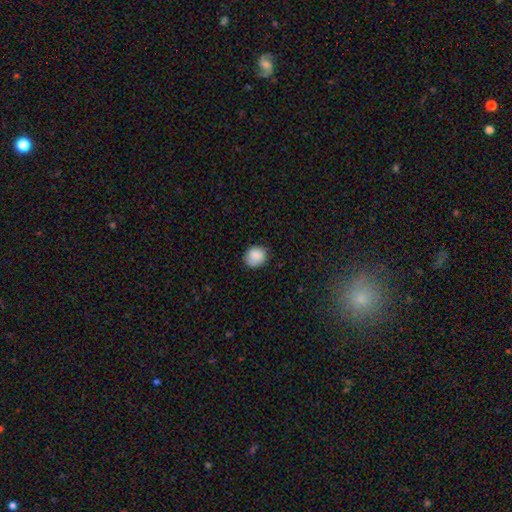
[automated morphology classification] A smooth galaxy with no disk features (87%) that is round (81%).

Vote fractions:
- Smooth or featured? smooth: 87% / star or artifact: 8% / featured or disk: 5%
- How rounded? round: 81% / in between: 19% / cigar-shaped: 1%
- Merging? none: 81% / minor disturbance: 15% / major disturbance: 3% / merger: 1%